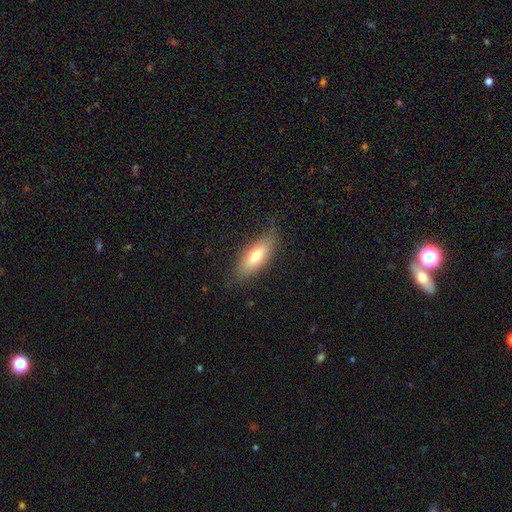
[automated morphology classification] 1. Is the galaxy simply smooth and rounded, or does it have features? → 69% smooth, 25% featured or disk, 7% star or artifact.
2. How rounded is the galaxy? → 67% in between, 31% cigar-shaped, 2% round.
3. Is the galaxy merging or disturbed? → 74% none, 19% minor disturbance, 5% major disturbance, 1% merger.